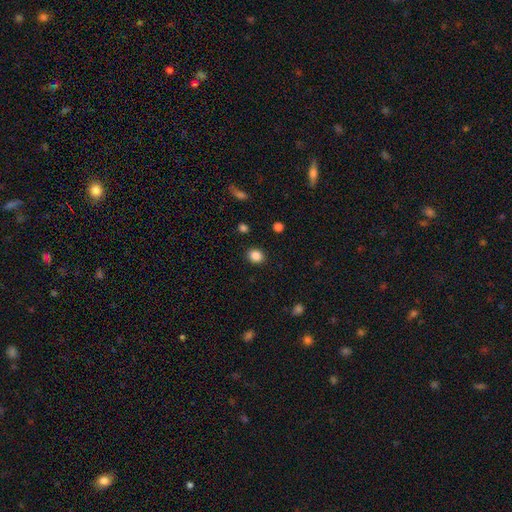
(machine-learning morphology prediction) Smooth or featured? smooth (86%)
How rounded? round (65%)
Merging? none (89%)